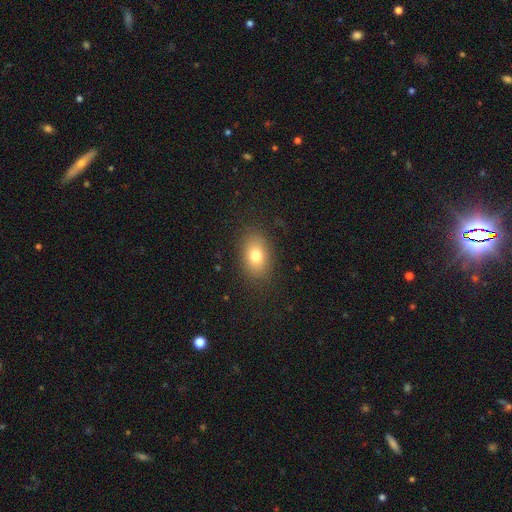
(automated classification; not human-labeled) Morphology: type=smooth (77%); roundness=in between (80%); merging=none (84%).